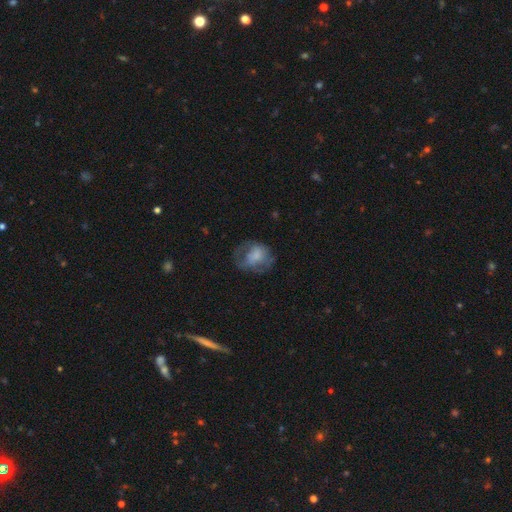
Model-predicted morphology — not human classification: smooth-or-featured: smooth: 58% | featured or disk: 32% | star or artifact: 10%
  how-rounded: round: 52% | in between: 47% | cigar-shaped: 1%
  merging: none: 47% | major disturbance: 28% | minor disturbance: 24% | merger: 2%